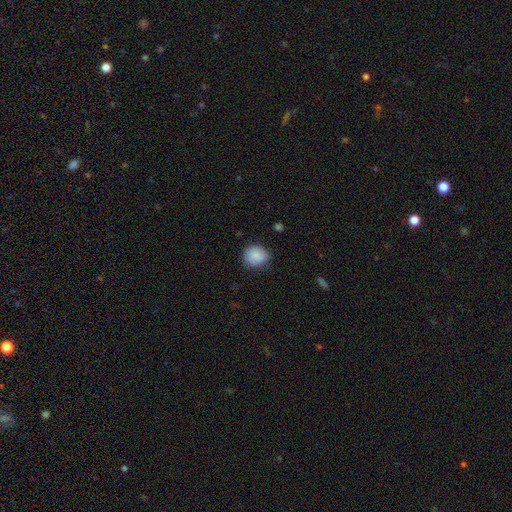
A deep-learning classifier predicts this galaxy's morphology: Smooth or featured: smooth — 87% (star or artifact — 8%)
How rounded: round — 72% (in between — 27%)
Merging: none — 77% (minor disturbance — 18%)